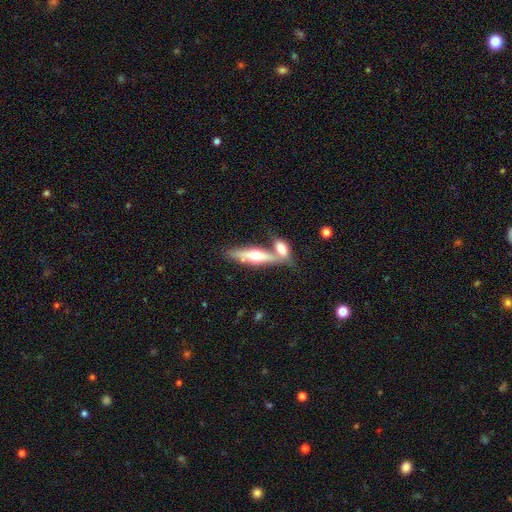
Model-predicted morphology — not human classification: This is possibly a featured or disk galaxy (50%). Merging: possibly merger (47%).